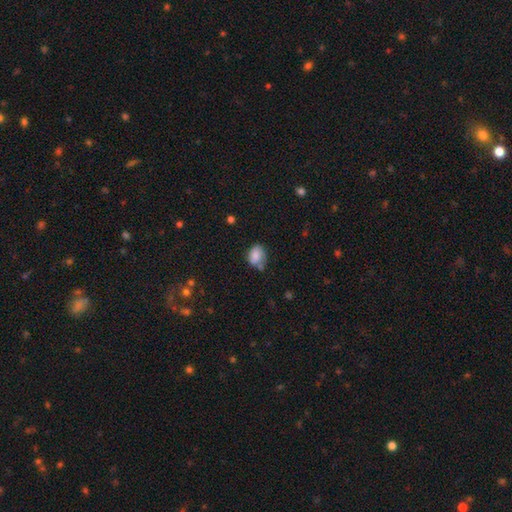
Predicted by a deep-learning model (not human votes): This appears to be a smooth galaxy with no disk features (78%) that is in between round and cigar-shaped (63%). Merging: none (50%).